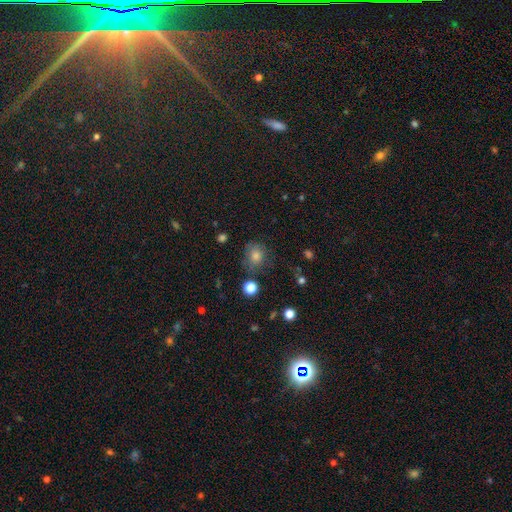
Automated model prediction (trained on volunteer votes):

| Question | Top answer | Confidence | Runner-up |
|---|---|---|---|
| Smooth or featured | smooth | 69% | star or artifact (20%) |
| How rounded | round | 75% | in between (23%) |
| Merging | none | 70% | minor disturbance (19%) |